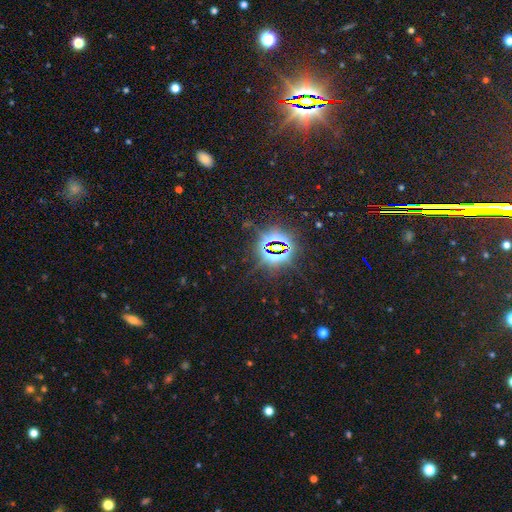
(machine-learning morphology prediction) smooth_or_featured: star or artifact (p=0.83) [alt: smooth p=0.09]